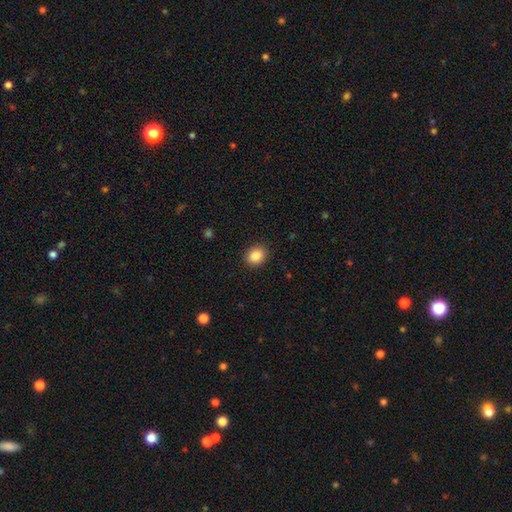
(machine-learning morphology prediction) smooth_or_featured: smooth (p=0.88) [alt: star or artifact p=0.09]
how_rounded: round (p=0.60) [alt: in between p=0.39]
merging: none (p=0.89) [alt: minor disturbance p=0.08]